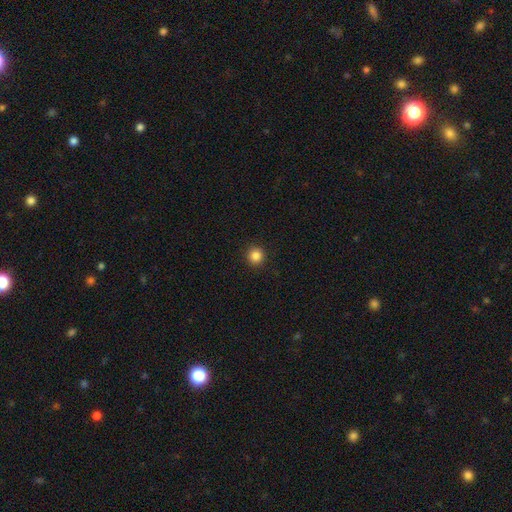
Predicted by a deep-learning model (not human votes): Q: Smooth or featured?
A: smooth (86%); runner-up: star or artifact (11%)
Q: How rounded?
A: round (94%); runner-up: in between (5%)
Q: Merging?
A: none (92%); runner-up: minor disturbance (5%)